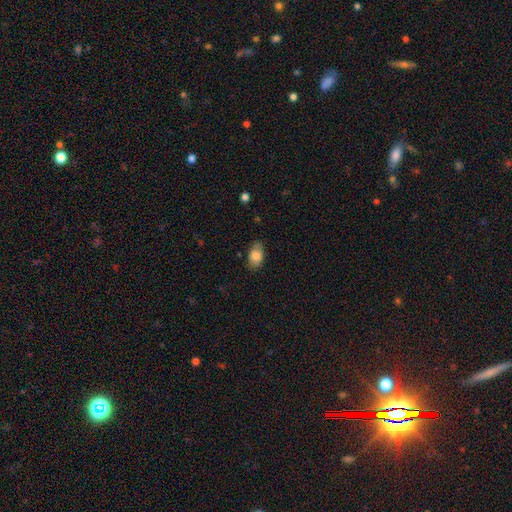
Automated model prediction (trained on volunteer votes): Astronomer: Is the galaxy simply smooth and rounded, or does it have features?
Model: smooth — 83%.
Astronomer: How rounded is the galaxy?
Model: in between — 90%.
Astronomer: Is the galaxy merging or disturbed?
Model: none — 76%.